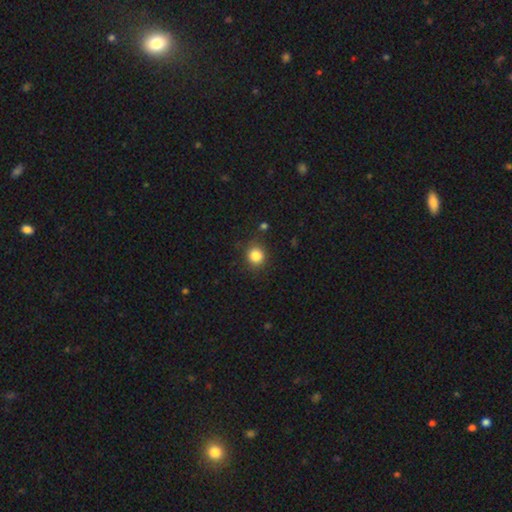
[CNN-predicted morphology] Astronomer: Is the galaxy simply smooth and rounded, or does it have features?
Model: smooth — 84%.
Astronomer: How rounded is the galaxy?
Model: round — 86%.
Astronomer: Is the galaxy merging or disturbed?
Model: none — 85%.